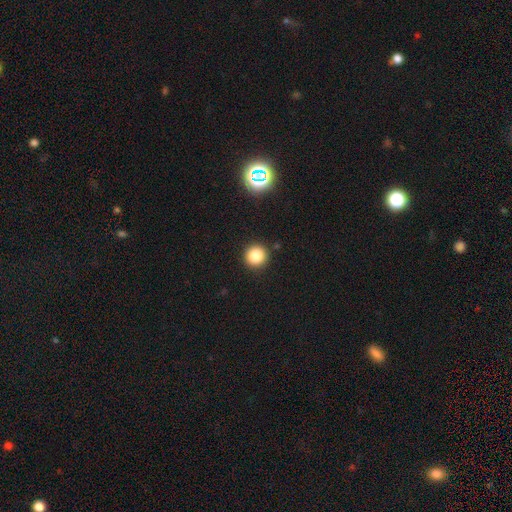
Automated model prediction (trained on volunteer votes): smooth-or-featured: smooth: 82% | star or artifact: 13% | featured or disk: 5%
  how-rounded: round: 95% | in between: 4% | cigar-shaped: 1%
  merging: none: 92% | minor disturbance: 5% | major disturbance: 2% | merger: 1%